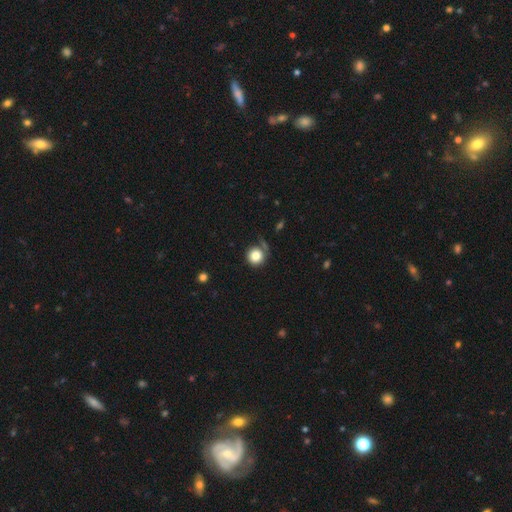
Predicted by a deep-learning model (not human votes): smooth 82%, star or artifact 9%, featured or disk 9%. Down the decision tree: how rounded — round (93%); merging — none (66%).